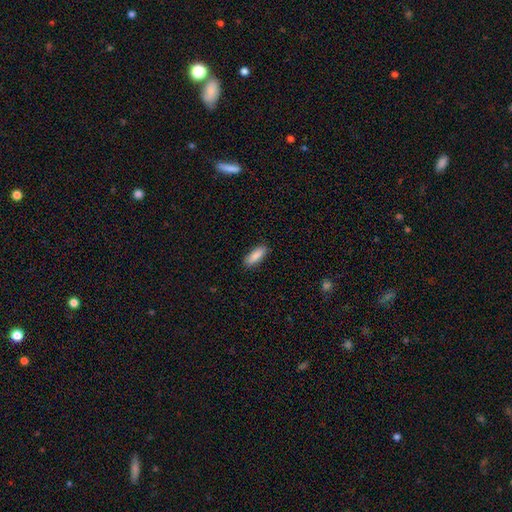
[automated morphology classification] smooth-or-featured: smooth: 88% | star or artifact: 6% | featured or disk: 5%
  how-rounded: in between: 66% | cigar-shaped: 33% | round: 2%
  merging: none: 88% | minor disturbance: 9% | major disturbance: 2% | merger: 1%